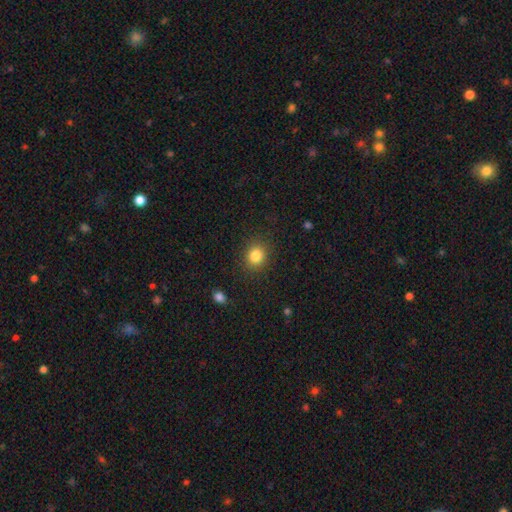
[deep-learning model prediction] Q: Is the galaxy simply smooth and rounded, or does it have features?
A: smooth — 83%.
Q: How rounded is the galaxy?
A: round — 73%.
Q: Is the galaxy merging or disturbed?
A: none — 88%.